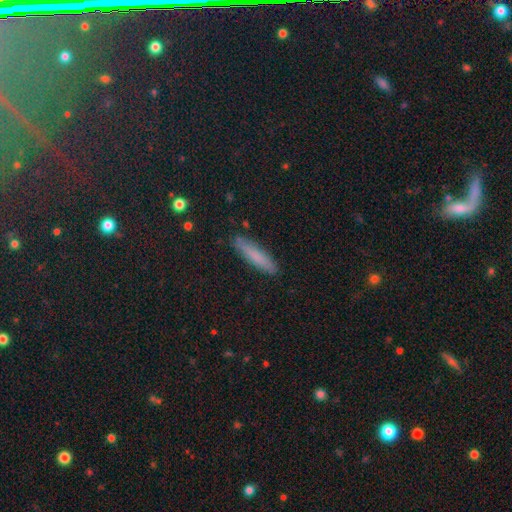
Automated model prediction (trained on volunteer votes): Morphology: type=smooth (75%); roundness=cigar-shaped (85%); merging=none (88%).